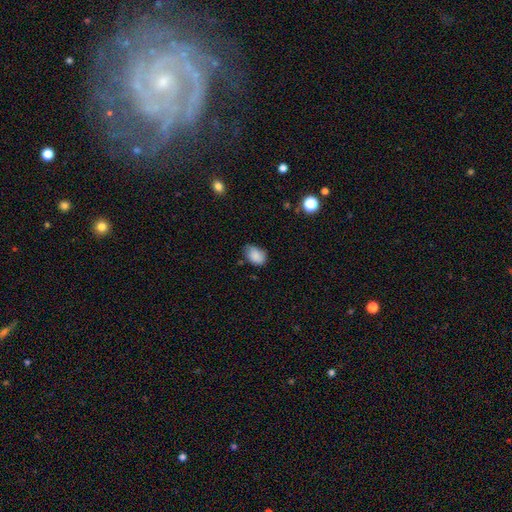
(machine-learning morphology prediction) Smooth or featured?
  - smooth: 85% *
  - star or artifact: 8%
  - featured or disk: 7%
How rounded?
  - in between: 79% *
  - round: 20%
  - cigar-shaped: 1%
Merging?
  - none: 61% *
  - minor disturbance: 32%
  - major disturbance: 5%
  - merger: 2%